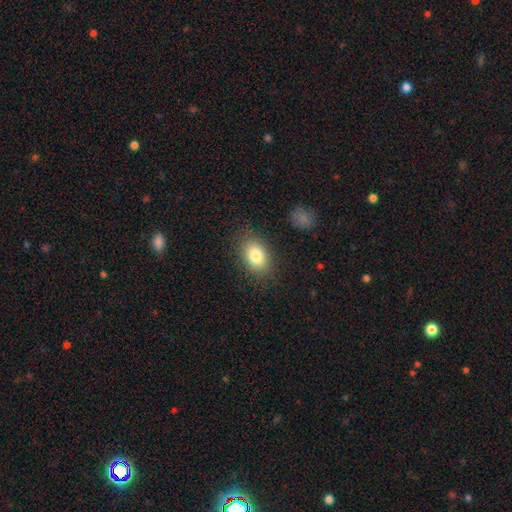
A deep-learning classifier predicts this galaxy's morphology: smooth-or-featured: smooth: 82% | featured or disk: 10% | star or artifact: 9%
  how-rounded: in between: 85% | round: 13% | cigar-shaped: 2%
  merging: none: 84% | minor disturbance: 11% | major disturbance: 4% | merger: 2%